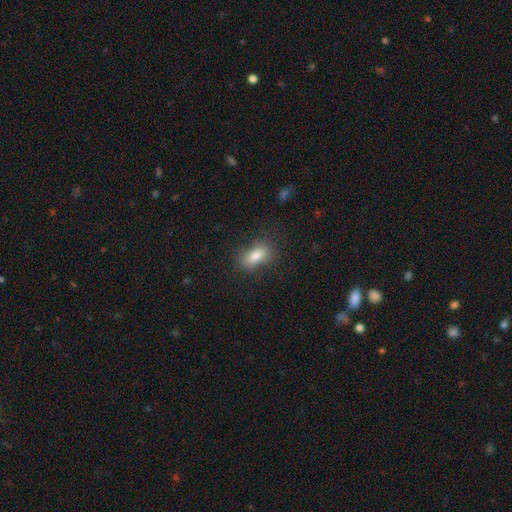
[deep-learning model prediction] Smooth or featured? Predicted: smooth (p=0.79). How rounded? Predicted: in between (p=0.83). Merging? Predicted: none (p=0.76).